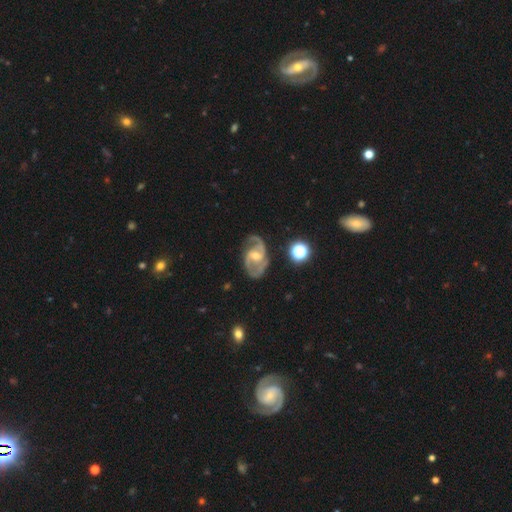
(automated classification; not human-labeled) Smooth or featured? Predicted: featured or disk (p=0.90). Edge-on disk? Predicted: no (p=0.97). Bar? Predicted: weak (p=0.50). Spiral arms? Predicted: yes (p=0.97). Spiral winding? Predicted: medium (p=0.58). Spiral arm count? Predicted: 2 (p=0.84). Bulge size? Predicted: moderate (p=0.55). Merging? Predicted: none (p=0.69).